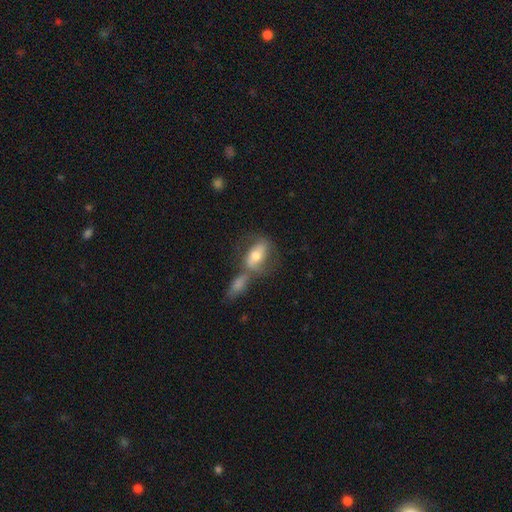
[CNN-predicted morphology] A smooth galaxy with no disk features (51%) that is in between round and cigar-shaped (83%). Merging: merger (47%).